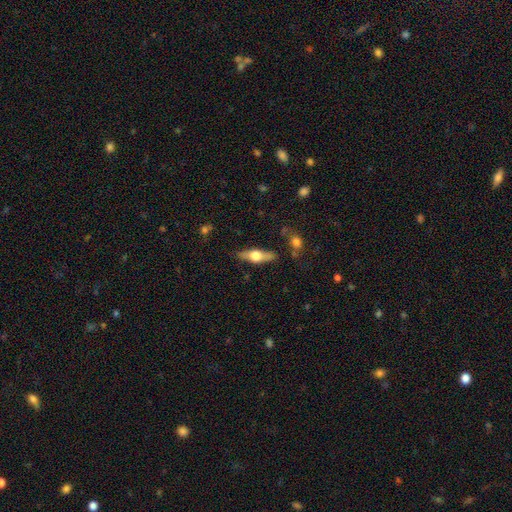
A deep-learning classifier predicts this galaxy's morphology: type=featured or disk (52%); edge-on=yes (90%); merging=none (83%).